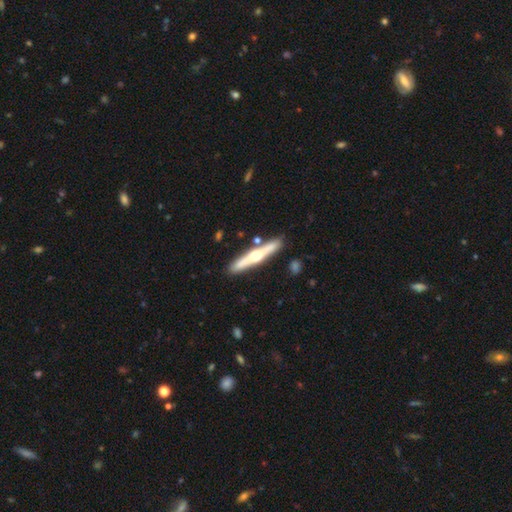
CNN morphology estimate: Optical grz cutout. It shows a featured or disk galaxy (65%) viewed edge-on (96%) with a rounded central bulge (93%). Merging: none (86%).